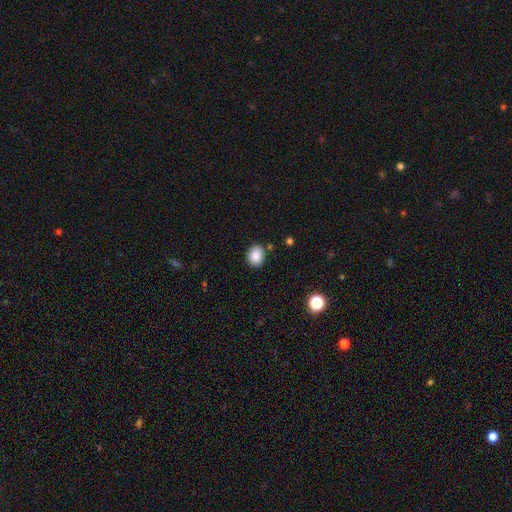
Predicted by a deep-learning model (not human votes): Morphology: type=smooth (87%); roundness=round (54%); merging=none (85%).